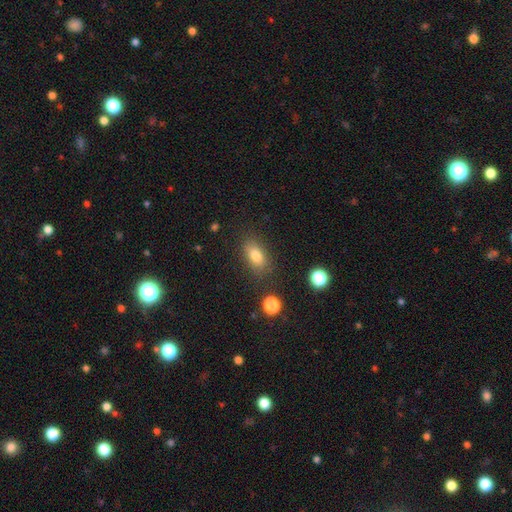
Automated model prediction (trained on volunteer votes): This is likely a smooth galaxy (80%). How rounded: clearly in between (84%). Merging: clearly none (81%).